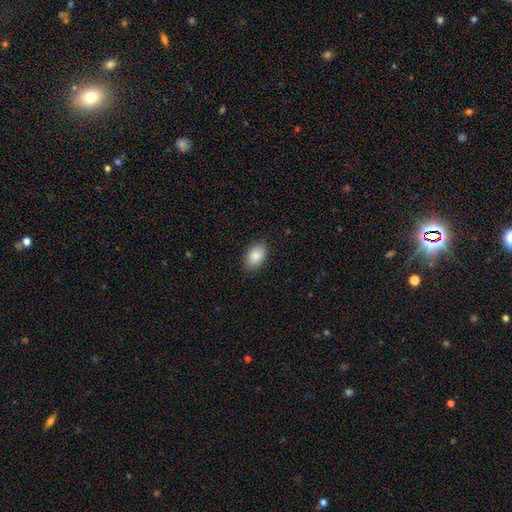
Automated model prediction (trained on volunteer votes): Smooth or featured? Predicted: smooth (p=0.87). How rounded? Predicted: in between (p=0.91). Merging? Predicted: none (p=0.86).